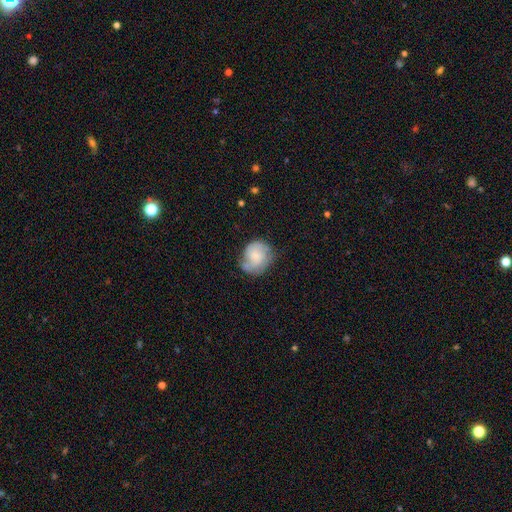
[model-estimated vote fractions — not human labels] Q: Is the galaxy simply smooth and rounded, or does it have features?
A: featured or disk — 51%.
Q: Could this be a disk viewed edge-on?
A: no — 98%.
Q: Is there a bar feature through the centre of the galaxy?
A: no — 70%.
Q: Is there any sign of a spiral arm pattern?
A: yes — 85%.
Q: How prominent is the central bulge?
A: small — 56%.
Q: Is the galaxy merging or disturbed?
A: none — 57%.